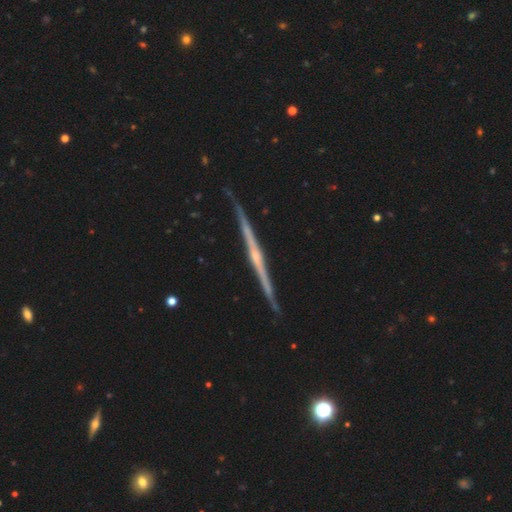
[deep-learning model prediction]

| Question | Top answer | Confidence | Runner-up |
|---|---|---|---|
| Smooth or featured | featured or disk | 86% | smooth (9%) |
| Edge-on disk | yes | 98% | no (2%) |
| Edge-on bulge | rounded | 57% | none (34%) |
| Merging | none | 89% | minor disturbance (8%) |